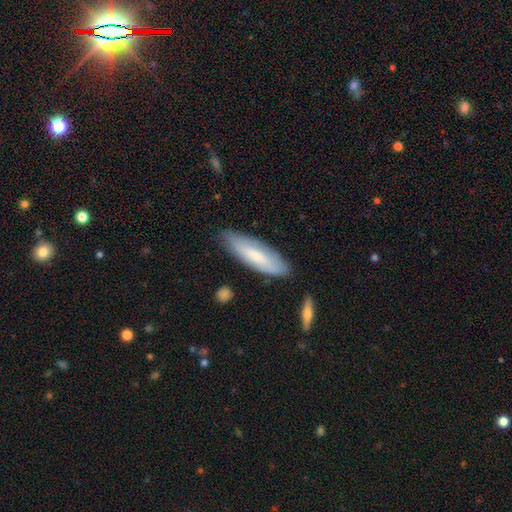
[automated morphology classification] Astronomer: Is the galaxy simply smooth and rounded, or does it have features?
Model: smooth — 64%.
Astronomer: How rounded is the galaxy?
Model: cigar-shaped — 56% (runner-up: in between, 43%).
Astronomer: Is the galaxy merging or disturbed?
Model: none — 78%.